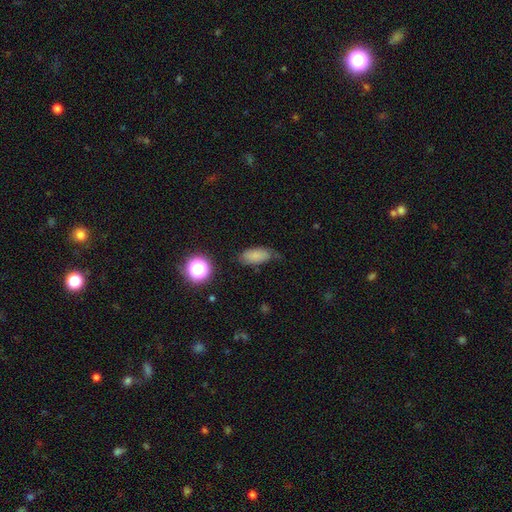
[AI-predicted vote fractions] smooth 75%, featured or disk 14%, star or artifact 12%. Down the decision tree: how rounded — in between (87%); merging — none (59%).